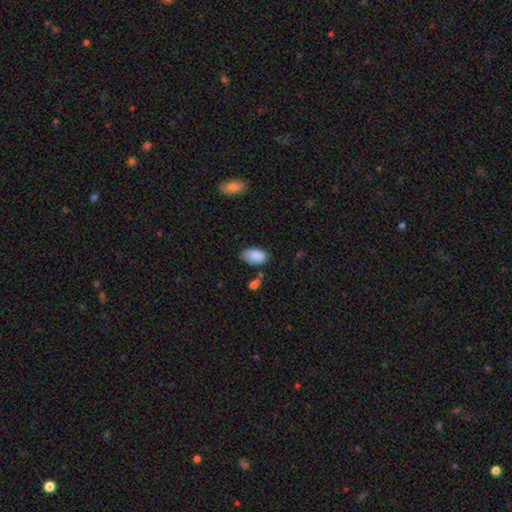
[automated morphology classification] This is clearly a smooth galaxy (88%). How rounded: clearly in between (94%). Merging: likely none (71%).